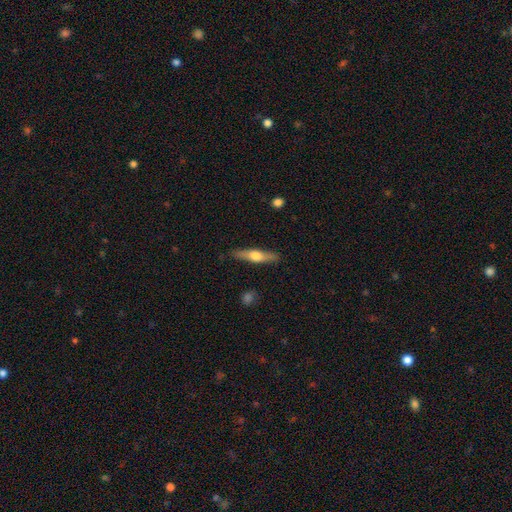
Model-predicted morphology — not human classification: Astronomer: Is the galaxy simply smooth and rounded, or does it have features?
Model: featured or disk — 52% (runner-up: smooth, 42%).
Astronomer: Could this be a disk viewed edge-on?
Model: yes — 93%.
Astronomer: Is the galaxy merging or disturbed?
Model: none — 86%.